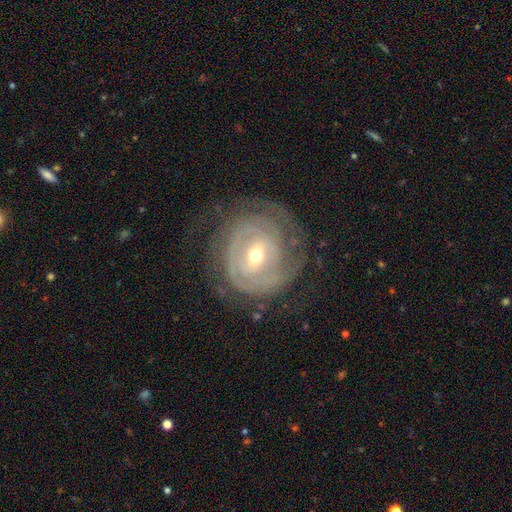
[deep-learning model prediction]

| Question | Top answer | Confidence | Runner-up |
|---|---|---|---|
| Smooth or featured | featured or disk | 83% | smooth (11%) |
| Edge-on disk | no | 96% | yes (4%) |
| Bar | weak | 43% | no (37%) |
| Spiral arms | yes | 89% | no (11%) |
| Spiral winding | tight | 77% | medium (17%) |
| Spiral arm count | can't tell | 42% | 2 (26%) |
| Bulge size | moderate | 54% | small (42%) |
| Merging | none | 64% | minor disturbance (20%) |